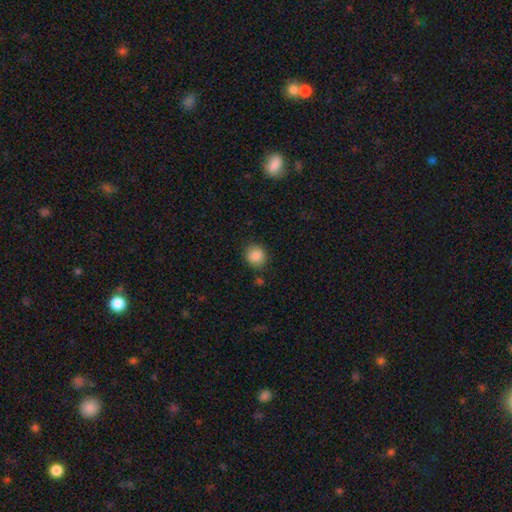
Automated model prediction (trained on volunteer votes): Smooth or featured: smooth — 86% (star or artifact — 9%)
How rounded: round — 86% (in between — 13%)
Merging: none — 84% (minor disturbance — 10%)